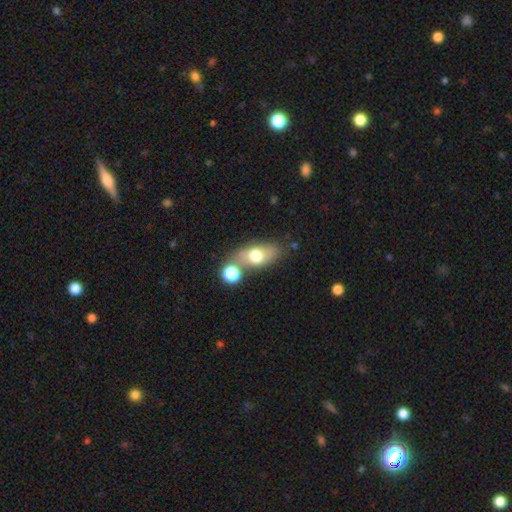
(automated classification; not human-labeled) smooth-or-featured: smooth: 64% | featured or disk: 27% | star or artifact: 9%
  how-rounded: in between: 79% | round: 13% | cigar-shaped: 8%
  merging: none: 58% | merger: 20% | minor disturbance: 15% | major disturbance: 7%